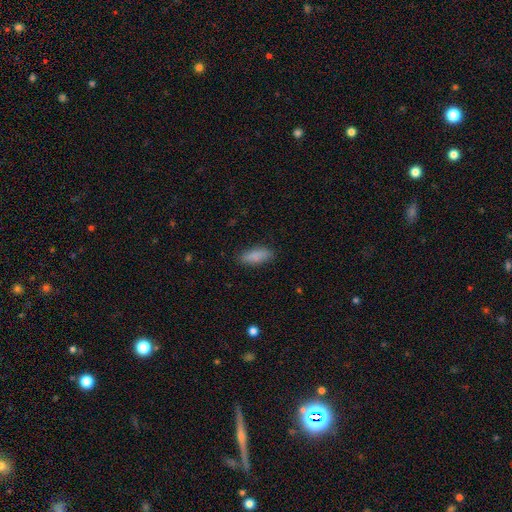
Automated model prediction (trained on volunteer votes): smooth 87%, star or artifact 7%, featured or disk 6%. Down the decision tree: how rounded — in between (76%); merging — none (83%).